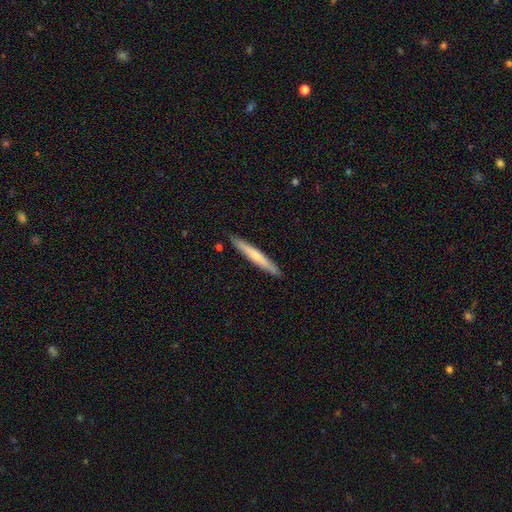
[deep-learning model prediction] Overall: smooth (50%; featured or disk 45%). Merging: none (90%).